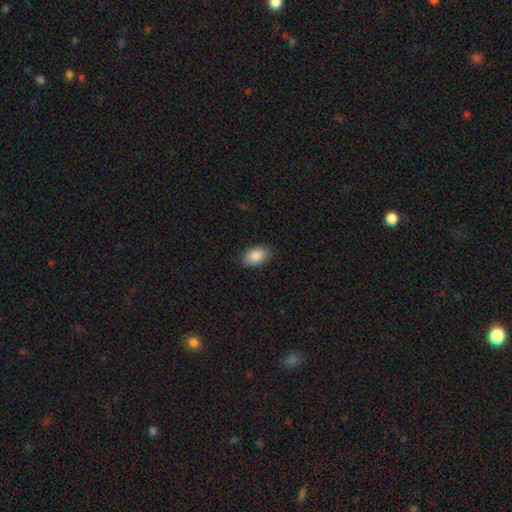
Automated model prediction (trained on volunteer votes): Q: Smooth or featured?
A: smooth (88%); runner-up: star or artifact (7%)
Q: How rounded?
A: in between (89%); runner-up: round (9%)
Q: Merging?
A: none (87%); runner-up: minor disturbance (10%)